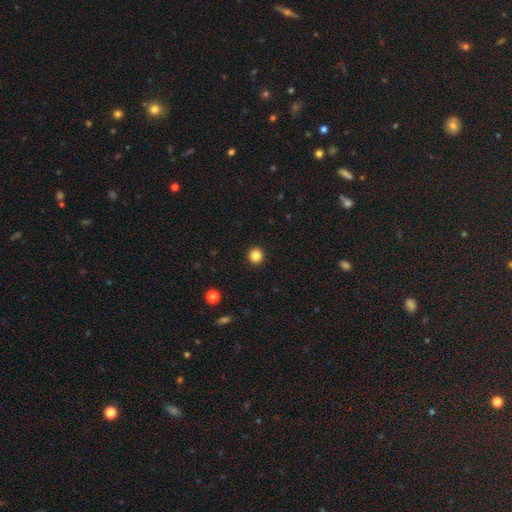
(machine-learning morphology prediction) smooth 86%, star or artifact 11%, featured or disk 3%. Down the decision tree: how rounded — round (95%); merging — none (93%).